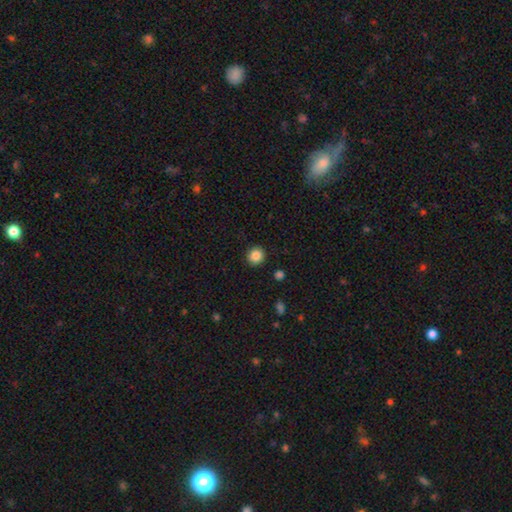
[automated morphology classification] smooth-or-featured: smooth: 86% | star or artifact: 10% | featured or disk: 4%
  how-rounded: round: 92% | in between: 7% | cigar-shaped: 1%
  merging: none: 92% | minor disturbance: 5% | major disturbance: 2% | merger: 1%